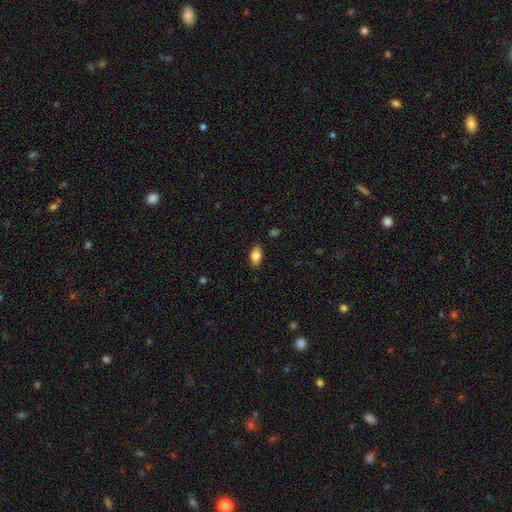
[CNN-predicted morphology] type=smooth (85%); roundness=in between (91%); merging=none (85%).